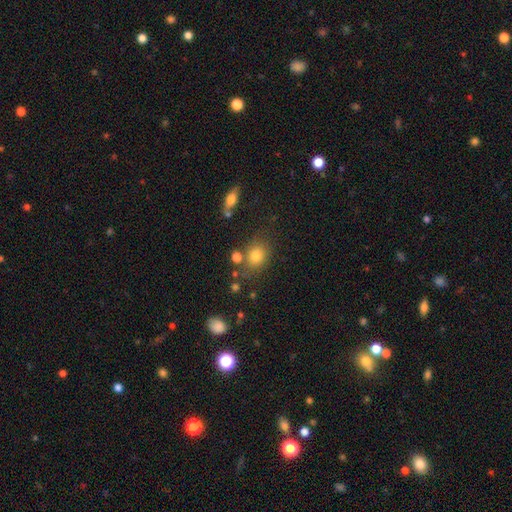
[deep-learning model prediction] This appears to be a smooth galaxy with no disk features (78%) that is round (50%). Merging: none (70%).